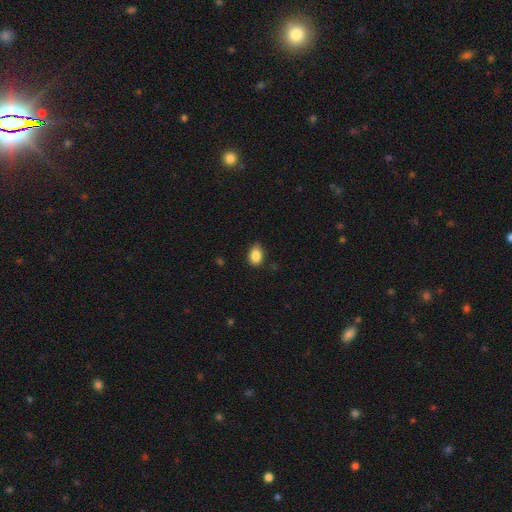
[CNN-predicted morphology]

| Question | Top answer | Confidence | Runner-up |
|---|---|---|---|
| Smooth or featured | smooth | 87% | star or artifact (8%) |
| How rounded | in between | 84% | round (15%) |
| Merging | none | 72% | minor disturbance (23%) |